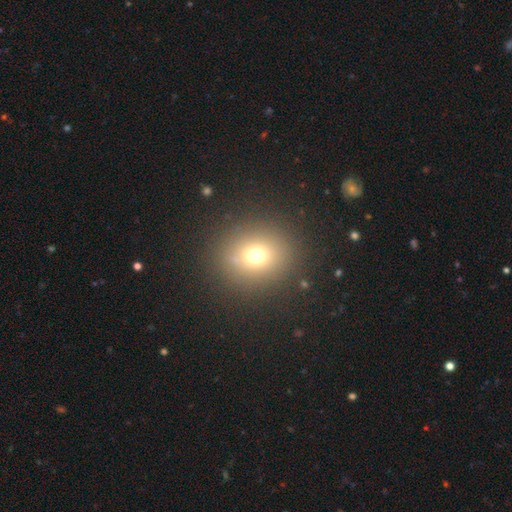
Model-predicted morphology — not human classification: smooth-or-featured: smooth: 69% | star or artifact: 19% | featured or disk: 12%
  how-rounded: round: 80% | in between: 19% | cigar-shaped: 1%
  merging: none: 86% | minor disturbance: 8% | major disturbance: 4% | merger: 2%